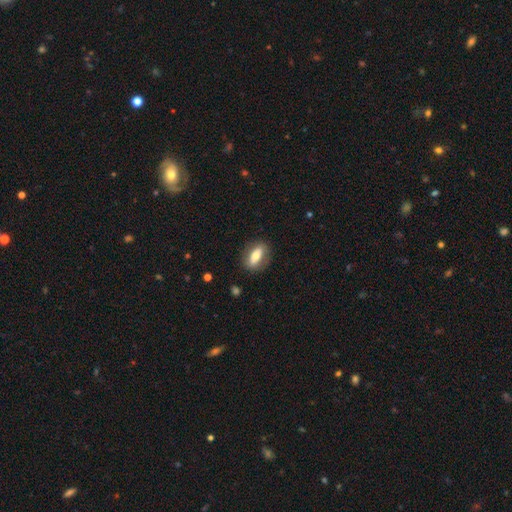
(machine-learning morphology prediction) type=smooth (59%); roundness=in between (79%); merging=none (81%).